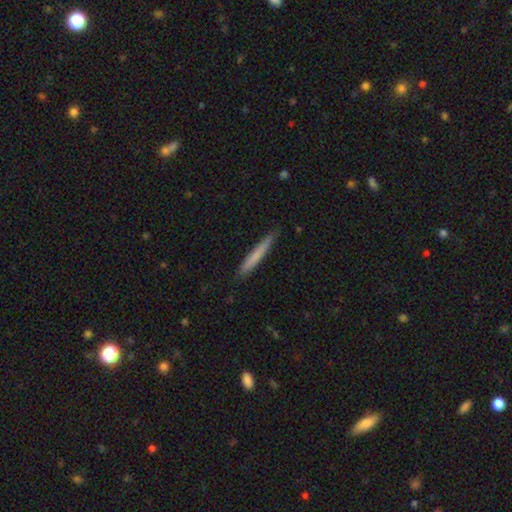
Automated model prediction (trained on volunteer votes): smooth_or_featured: smooth (p=0.71) [alt: featured or disk p=0.23]
how_rounded: cigar-shaped (p=0.96) [alt: in between p=0.03]
merging: none (p=0.88) [alt: minor disturbance p=0.10]